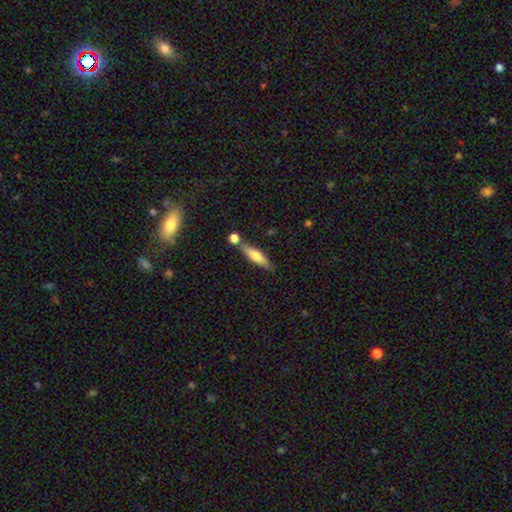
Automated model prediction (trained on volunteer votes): Overall: smooth (60%; featured or disk 33%). How rounded: cigar-shaped (70%). Merging: none (67%).